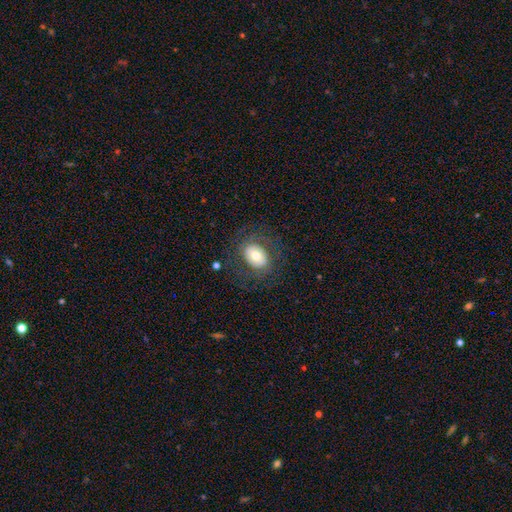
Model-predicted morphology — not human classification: Smooth or featured: smooth — 61% (featured or disk — 30%)
How rounded: in between — 62% (round — 37%)
Merging: none — 75% (minor disturbance — 13%)